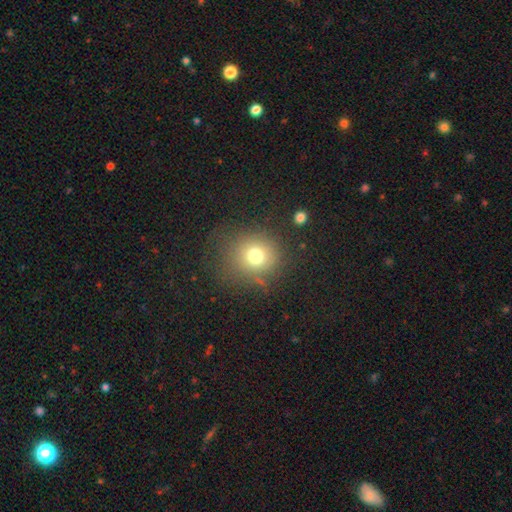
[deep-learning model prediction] smooth_or_featured: smooth (p=0.73) [alt: star or artifact p=0.16]
how_rounded: round (p=0.85) [alt: in between p=0.14]
merging: none (p=0.77) [alt: minor disturbance p=0.13]